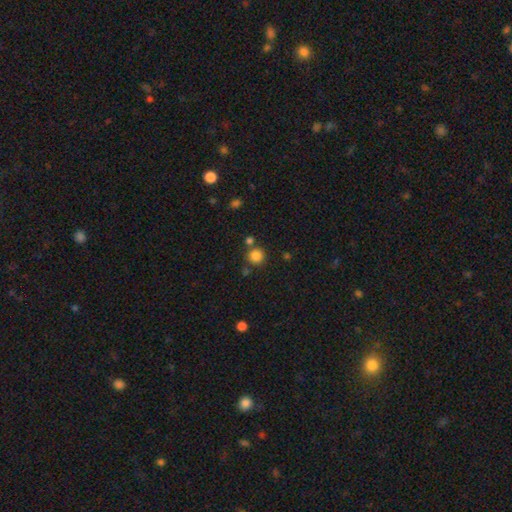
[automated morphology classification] Smooth or featured? Predicted: smooth (p=0.83). How rounded? Predicted: round (p=0.93). Merging? Predicted: none (p=0.76).